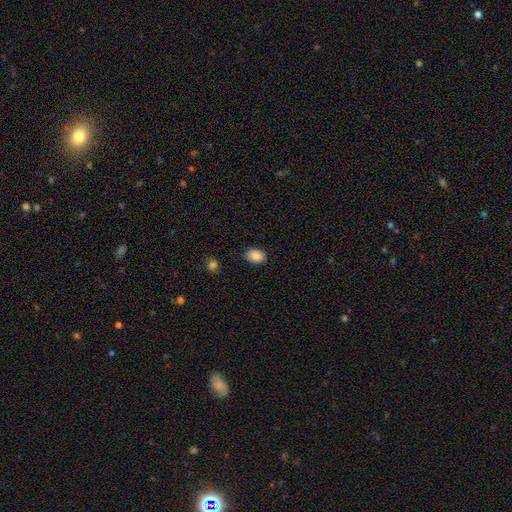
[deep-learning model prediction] A smooth galaxy with no disk features (89%) that is in between round and cigar-shaped (82%).

Vote fractions:
- Smooth or featured? smooth: 89% / star or artifact: 8% / featured or disk: 3%
- How rounded? in between: 82% / round: 17% / cigar-shaped: 1%
- Merging? none: 85% / minor disturbance: 11% / major disturbance: 2% / merger: 1%